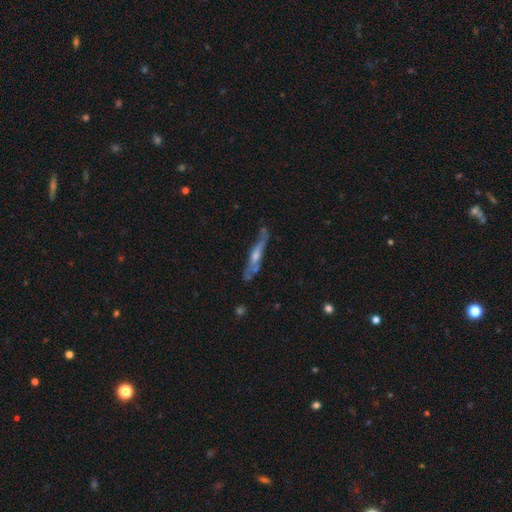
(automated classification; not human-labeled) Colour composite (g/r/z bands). It shows a featured or disk galaxy (68%) viewed edge-on (77%) with a rounded central bulge (62%). Merging: none (63%).